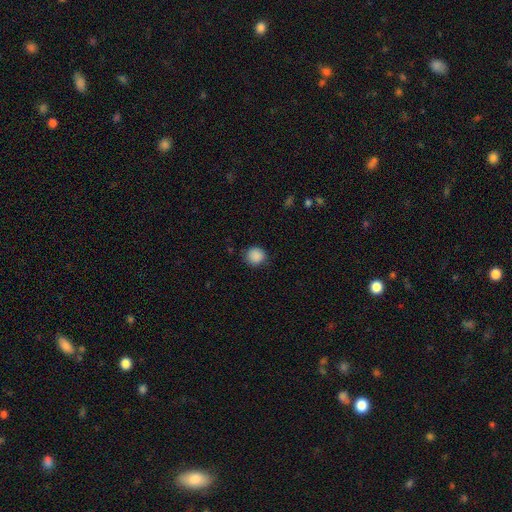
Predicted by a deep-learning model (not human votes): A smooth galaxy with no disk features (88%) that is round (91%). Merging: none (86%).